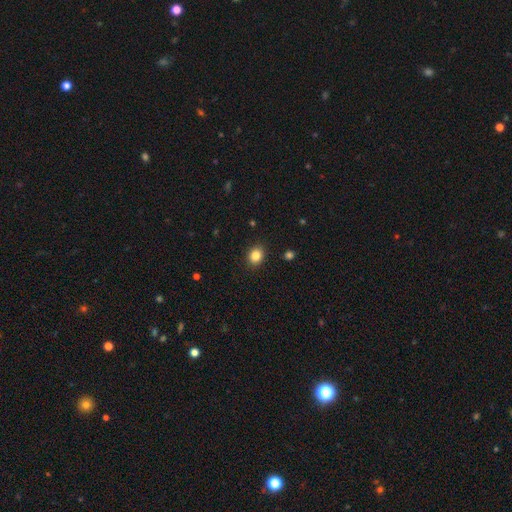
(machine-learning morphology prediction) Smooth or featured? smooth (84%)
How rounded? round (65%)
Merging? none (90%)